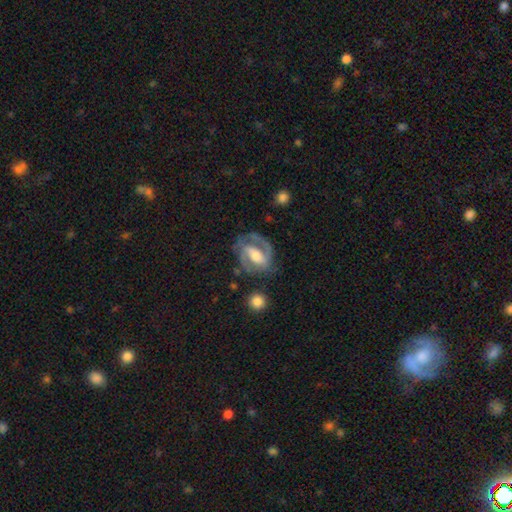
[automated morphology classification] smooth-or-featured: featured or disk: 85% | smooth: 10% | star or artifact: 5%
  disk-edge-on: no: 97% | yes: 3%
    bar: strong: 44% | weak: 39% | no: 17%
    has-spiral-arms: yes: 94% | no: 6%
      spiral-winding: medium: 51% | tight: 38% | loose: 12%
      spiral-arm-count: 2: 86% | can't tell: 5% | 1: 4% | 3: 3% | 4: 1% | more than 4: 1%
    bulge-size: moderate: 60% | small: 25% | large: 12% | none: 2% | dominant: 1%
  merging: none: 71% | minor disturbance: 17% | major disturbance: 9% | merger: 3%